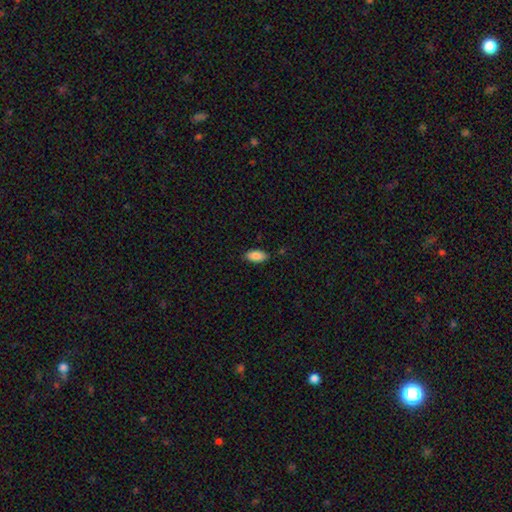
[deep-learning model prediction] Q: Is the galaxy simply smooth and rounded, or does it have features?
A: smooth — 87%.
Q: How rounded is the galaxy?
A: in between — 91%.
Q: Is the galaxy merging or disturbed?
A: none — 83%.